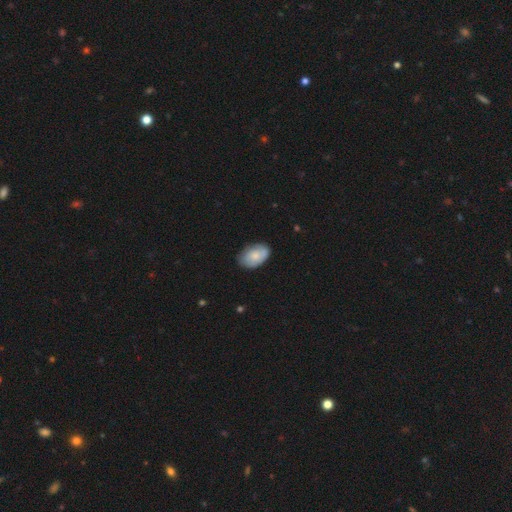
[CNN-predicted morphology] Q: Smooth or featured?
A: smooth (70%); runner-up: featured or disk (24%)
Q: How rounded?
A: in between (90%); runner-up: round (9%)
Q: Merging?
A: none (72%); runner-up: minor disturbance (22%)